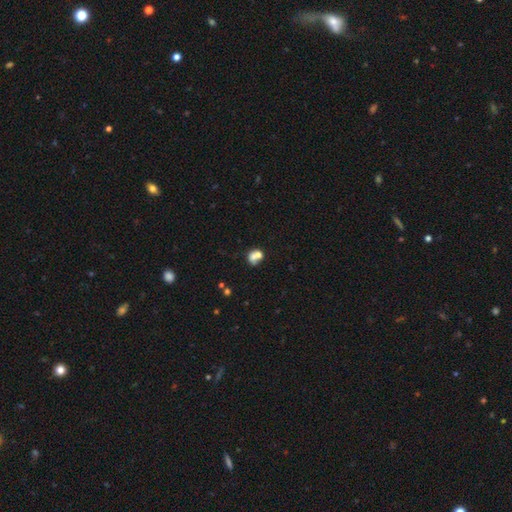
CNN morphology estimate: Smooth or featured? smooth (69%)
How rounded? in between (50%)
Merging? merger (56%)